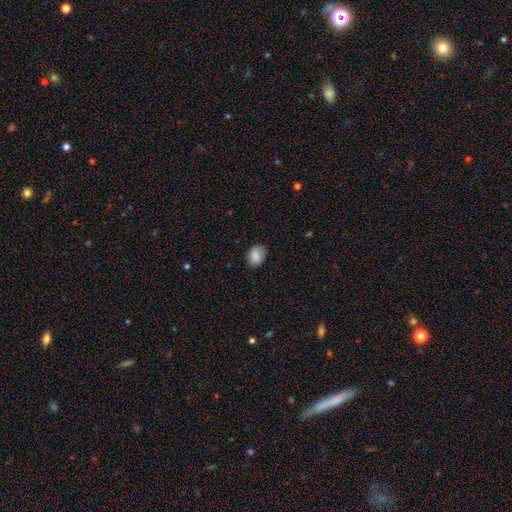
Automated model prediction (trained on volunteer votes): This appears to be a smooth galaxy with no disk features (88%) that is in between round and cigar-shaped (70%). Merging: none (84%).